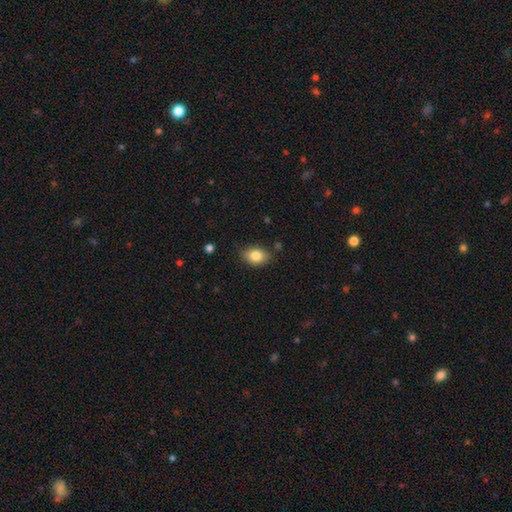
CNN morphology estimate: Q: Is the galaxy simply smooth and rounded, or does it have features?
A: smooth — 84%.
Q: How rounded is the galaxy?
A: in between — 77%.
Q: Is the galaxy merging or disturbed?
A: none — 81%.